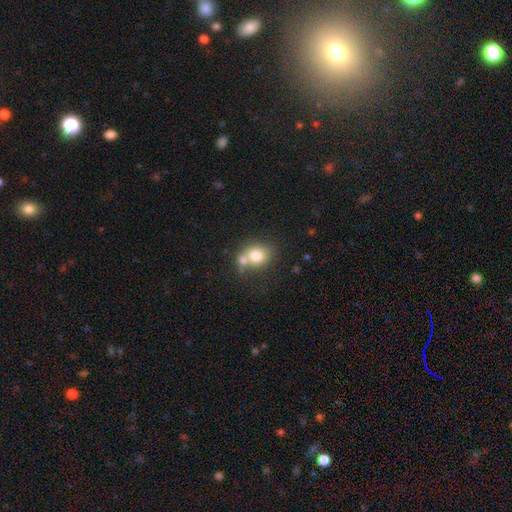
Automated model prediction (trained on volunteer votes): A smooth galaxy with no disk features (75%) that is round (65%). Merging: merger (46%).